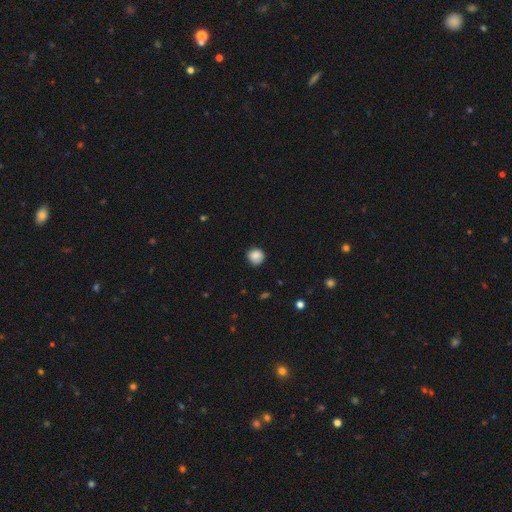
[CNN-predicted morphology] type=smooth (86%); roundness=round (90%); merging=none (83%).